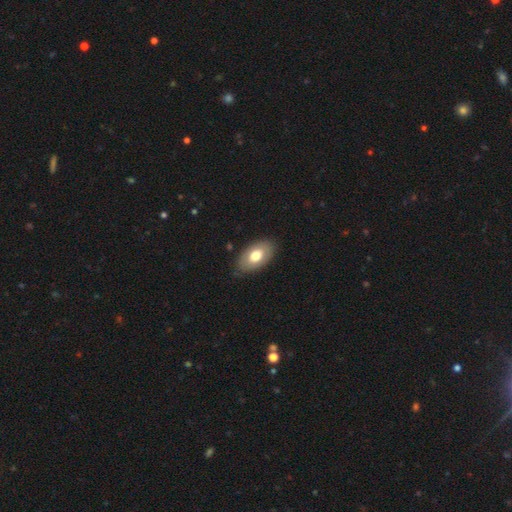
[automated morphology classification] This appears to be a smooth galaxy with no disk features (68%) that is in between round and cigar-shaped (93%). Merging: none (82%).